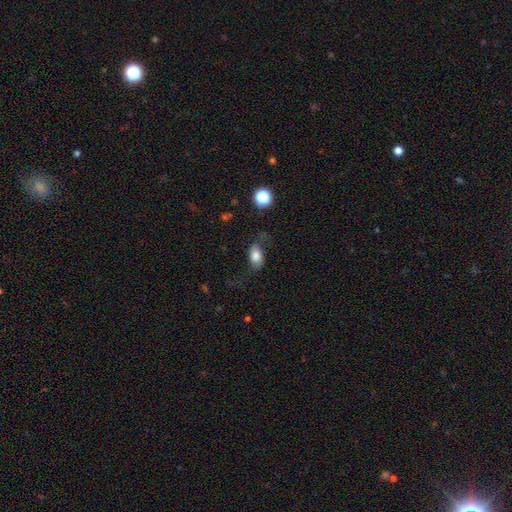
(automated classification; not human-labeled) This appears to be a smooth galaxy with no disk features (66%) that is in between round and cigar-shaped (85%). Merging: none (54%).